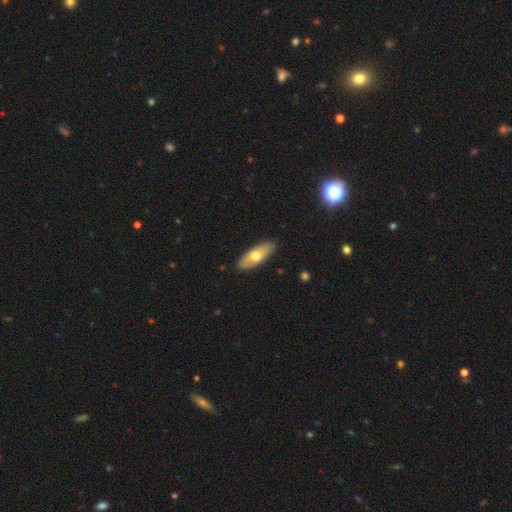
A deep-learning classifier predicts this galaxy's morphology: The model was most divided on "smooth or featured": smooth: 62%, featured or disk: 32%, star or artifact: 5%. More confident: merging — none (88%); how rounded — in between (72%).